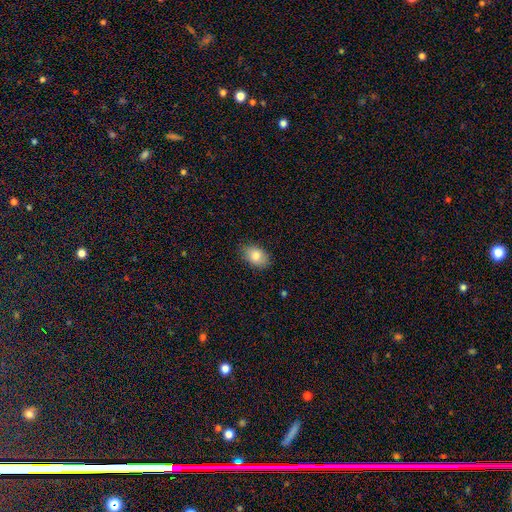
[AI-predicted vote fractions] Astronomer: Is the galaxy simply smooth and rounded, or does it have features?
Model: smooth — 83%.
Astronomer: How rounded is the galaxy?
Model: in between — 87%.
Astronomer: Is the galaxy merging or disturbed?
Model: none — 85%.